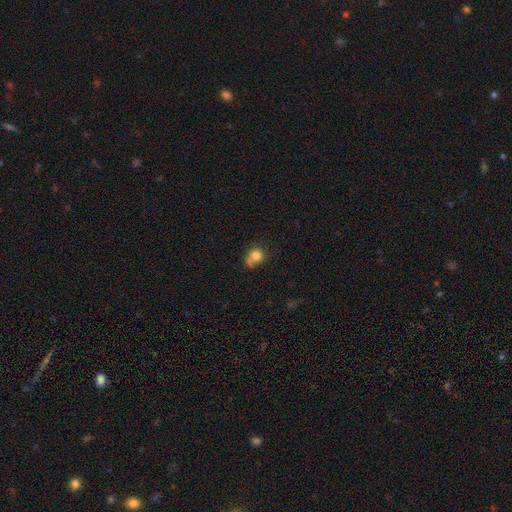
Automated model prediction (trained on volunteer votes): smooth_or_featured: smooth (p=0.79) [alt: featured or disk p=0.11]
how_rounded: round (p=0.78) [alt: in between p=0.21]
merging: none (p=0.45) [alt: merger p=0.24]